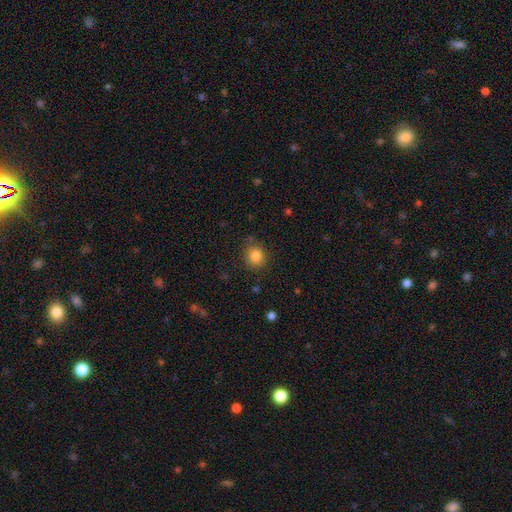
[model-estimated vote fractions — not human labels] Q: Smooth or featured?
A: smooth (84%); runner-up: star or artifact (11%)
Q: How rounded?
A: round (84%); runner-up: in between (15%)
Q: Merging?
A: none (83%); runner-up: minor disturbance (11%)